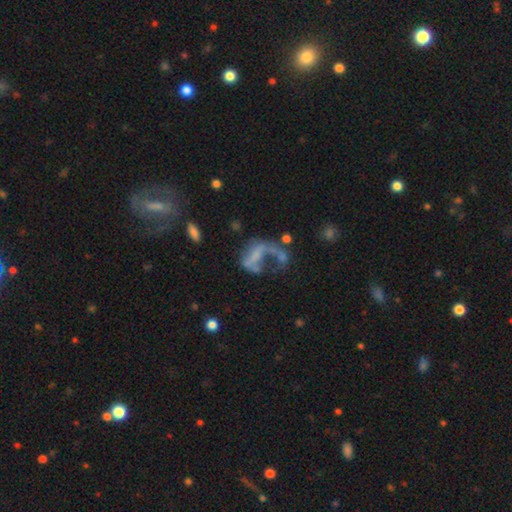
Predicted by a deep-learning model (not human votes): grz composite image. It shows a featured or disk galaxy (60%) with no bar (69%), no spiral arms (65%) and no central bulge (70%). Merging: major disturbance (51%).